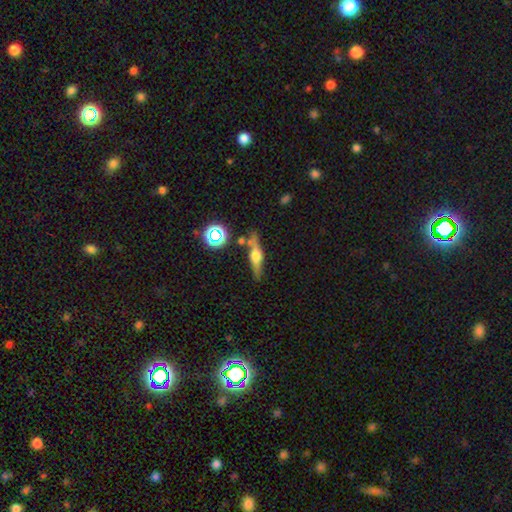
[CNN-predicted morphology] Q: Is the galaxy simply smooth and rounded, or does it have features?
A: featured or disk — 64%.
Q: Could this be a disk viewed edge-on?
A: yes — 94%.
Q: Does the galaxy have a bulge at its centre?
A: rounded — 92%.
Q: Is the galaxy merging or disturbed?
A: none — 76%.